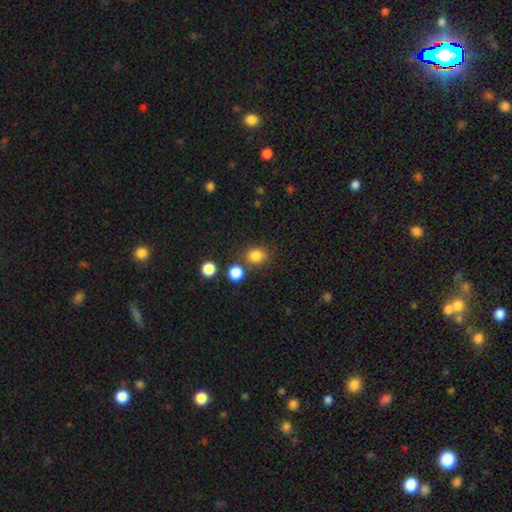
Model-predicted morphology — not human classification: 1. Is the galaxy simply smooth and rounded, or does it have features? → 82% smooth, 13% star or artifact, 5% featured or disk.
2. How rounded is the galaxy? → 74% round, 25% in between, 1% cigar-shaped.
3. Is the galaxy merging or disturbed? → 76% none, 10% merger, 10% minor disturbance, 4% major disturbance.